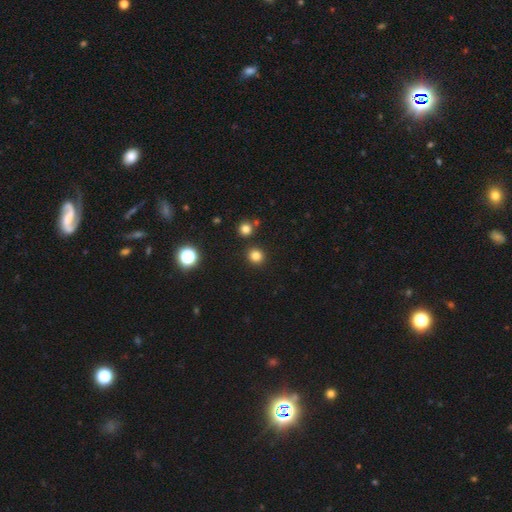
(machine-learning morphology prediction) This is likely a smooth galaxy (80%). How rounded: clearly round (92%). Merging: clearly none (89%).